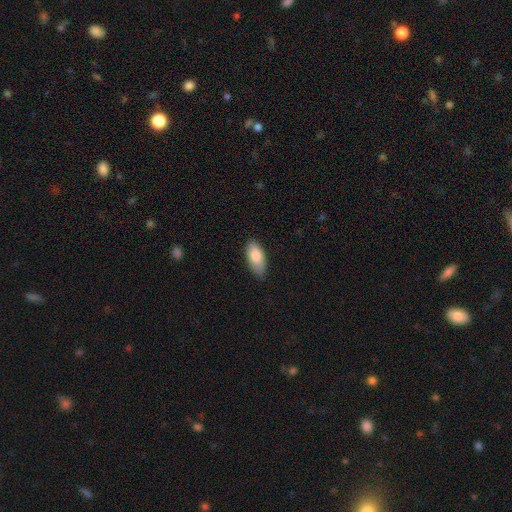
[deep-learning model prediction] Overall: smooth (81%). How rounded: in between (88%). Merging: none (82%).